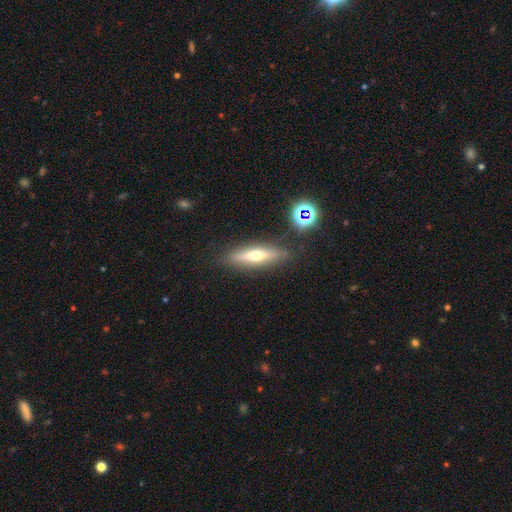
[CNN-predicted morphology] featured or disk 48%, smooth 42%, star or artifact 9%. Down the decision tree: merging — none (84%).